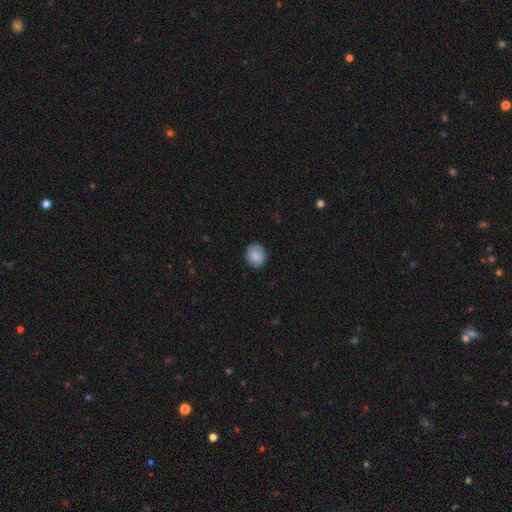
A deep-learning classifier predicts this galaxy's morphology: smooth-or-featured: smooth: 81% | featured or disk: 12% | star or artifact: 7%
  how-rounded: round: 76% | in between: 23% | cigar-shaped: 1%
  merging: none: 84% | minor disturbance: 12% | major disturbance: 3% | merger: 1%